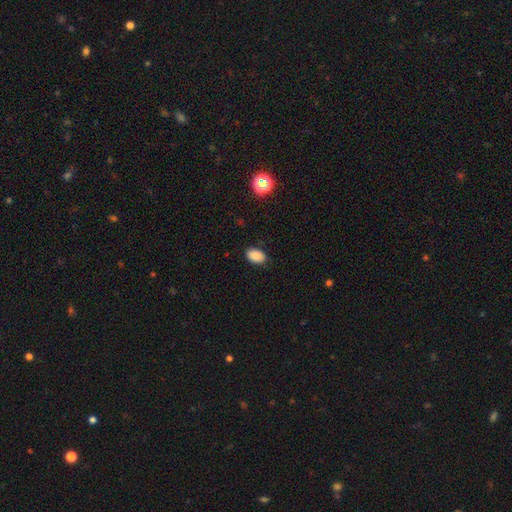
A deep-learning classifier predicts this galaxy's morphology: This is clearly a smooth galaxy (87%). How rounded: clearly in between (89%). Merging: clearly none (85%).